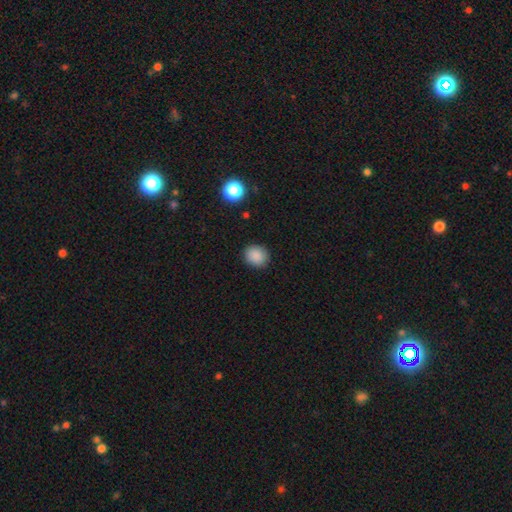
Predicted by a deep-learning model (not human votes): smooth 88%, star or artifact 9%, featured or disk 3%. Down the decision tree: how rounded — round (81%); merging — none (89%).